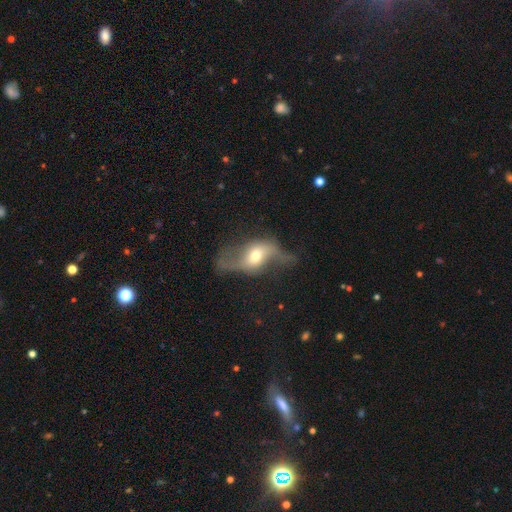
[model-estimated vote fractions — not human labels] A featured or disk galaxy (71%) with no bar (47%), spiral arms (79%) and a moderate central bulge (63%).

Vote fractions:
- Smooth or featured? featured or disk: 71% / smooth: 22% / star or artifact: 7%
- Edge-on disk? no: 86% / yes: 14%
- Bar? no: 47% / weak: 35% / strong: 18%
- Spiral arms? yes: 79% / no: 21%
- Bulge size? moderate: 63% / small: 20% / large: 13% / dominant: 2% / none: 2%
- Merging? none: 42% / major disturbance: 32% / minor disturbance: 22% / merger: 4%